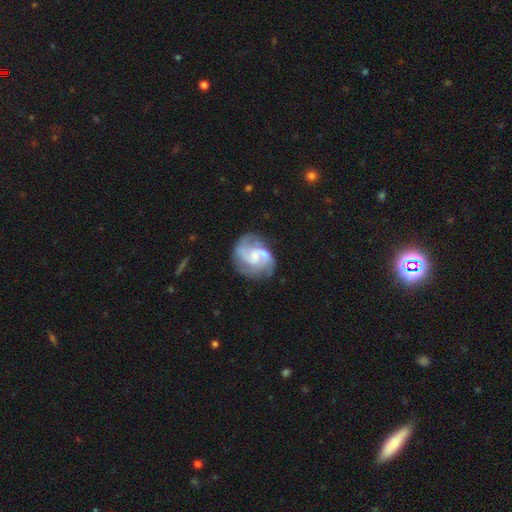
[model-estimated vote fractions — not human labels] Morphology: type=featured or disk (82%); edge-on=no (98%); bar=no (52%); spiral arms=yes (94%); winding=medium (51%); arm count=2 (61%); bulge=small (57%); merging=none (62%).